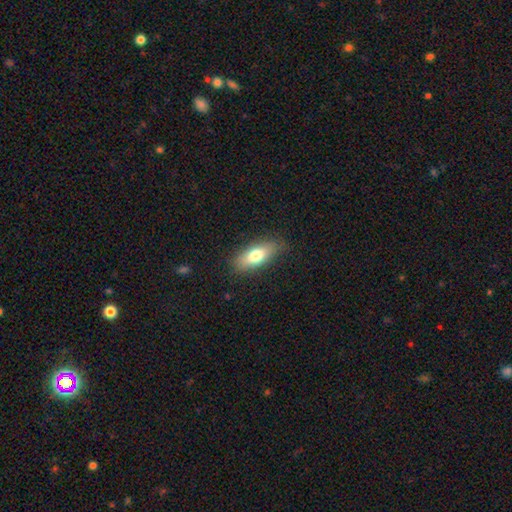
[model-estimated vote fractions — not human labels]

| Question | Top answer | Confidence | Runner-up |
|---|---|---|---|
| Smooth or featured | smooth | 74% | featured or disk (19%) |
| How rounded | in between | 76% | cigar-shaped (20%) |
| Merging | none | 83% | minor disturbance (13%) |